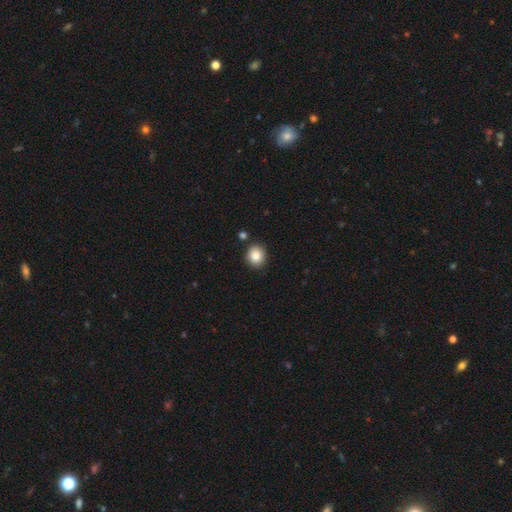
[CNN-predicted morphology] smooth-or-featured: smooth: 85% | star or artifact: 9% | featured or disk: 5%
  how-rounded: round: 77% | in between: 22% | cigar-shaped: 1%
  merging: none: 87% | minor disturbance: 7% | merger: 3% | major disturbance: 2%